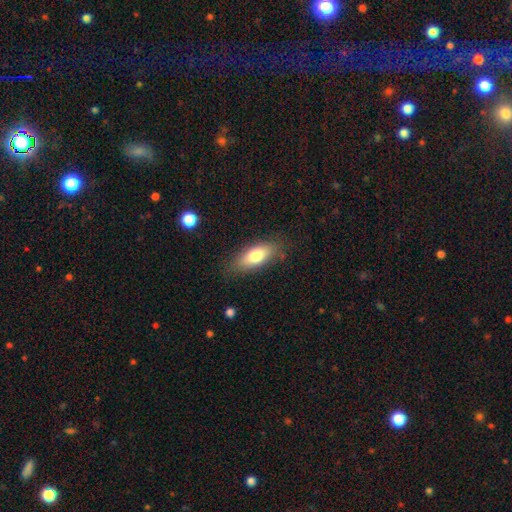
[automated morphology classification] smooth 77%, featured or disk 17%, star or artifact 7%. Down the decision tree: how rounded — in between (76%); merging — none (81%).